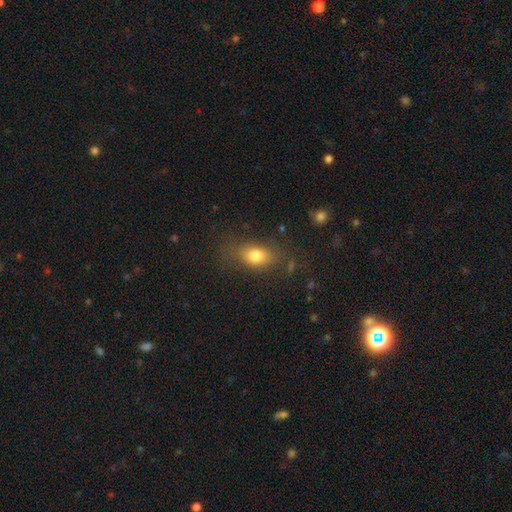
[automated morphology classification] Smooth or featured?
  - smooth: 77% *
  - featured or disk: 12%
  - star or artifact: 11%
How rounded?
  - in between: 76% *
  - round: 20%
  - cigar-shaped: 3%
Merging?
  - none: 71% *
  - minor disturbance: 18%
  - major disturbance: 9%
  - merger: 2%